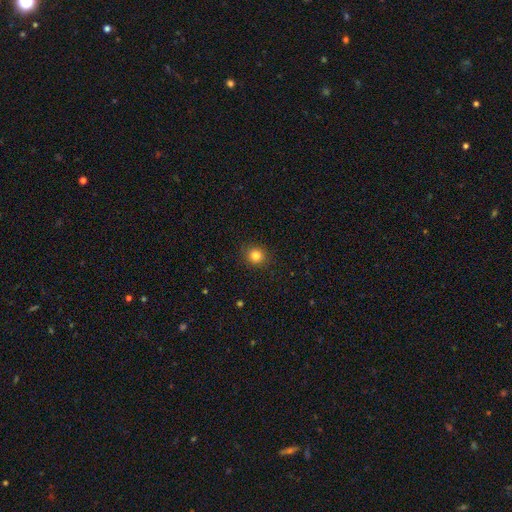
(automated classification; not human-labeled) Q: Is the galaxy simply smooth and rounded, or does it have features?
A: smooth — 83%.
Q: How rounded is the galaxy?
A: round — 88%.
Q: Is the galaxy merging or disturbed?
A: none — 90%.